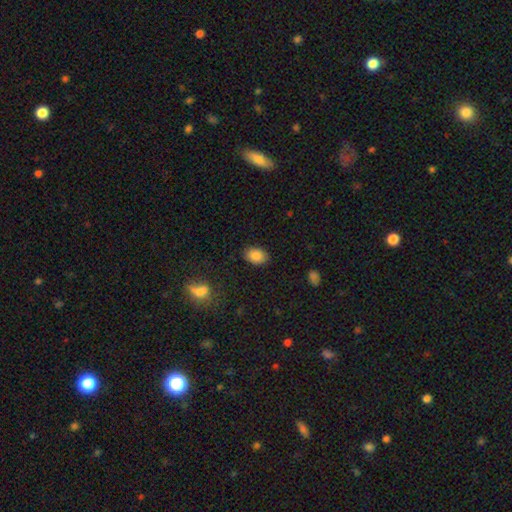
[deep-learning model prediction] Smooth or featured?
  - smooth: 86% *
  - star or artifact: 8%
  - featured or disk: 5%
How rounded?
  - in between: 78% *
  - round: 21%
  - cigar-shaped: 1%
Merging?
  - none: 87% *
  - minor disturbance: 10%
  - major disturbance: 2%
  - merger: 1%